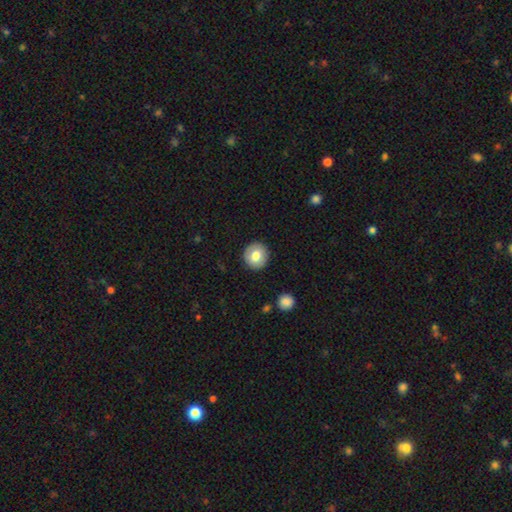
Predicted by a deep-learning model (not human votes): A smooth galaxy with no disk features (79%) that is round (92%).

Vote fractions:
- Smooth or featured? smooth: 79% / featured or disk: 13% / star or artifact: 8%
- How rounded? round: 92% / in between: 7% / cigar-shaped: 1%
- Merging? none: 91% / minor disturbance: 6% / major disturbance: 2% / merger: 1%